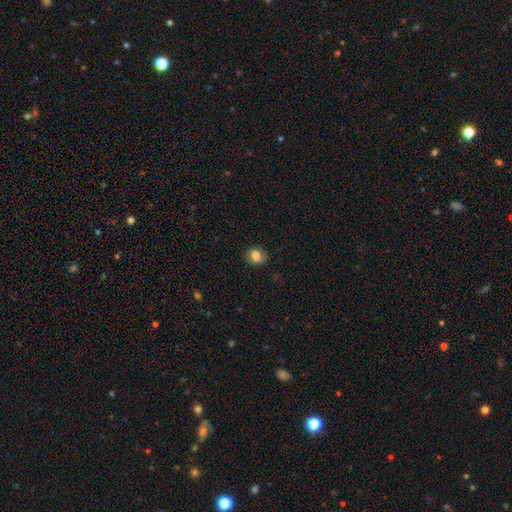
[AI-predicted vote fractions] This is likely a smooth galaxy (78%). How rounded: possibly round (51%). Merging: clearly none (85%).